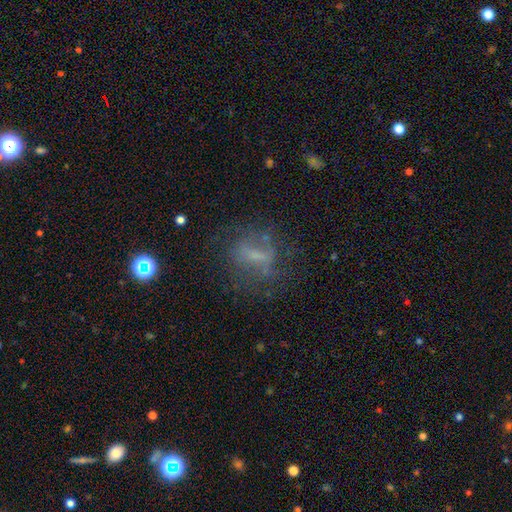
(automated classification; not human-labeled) This is marginally a featured or disk galaxy (43%). Merging: possibly none (57%).